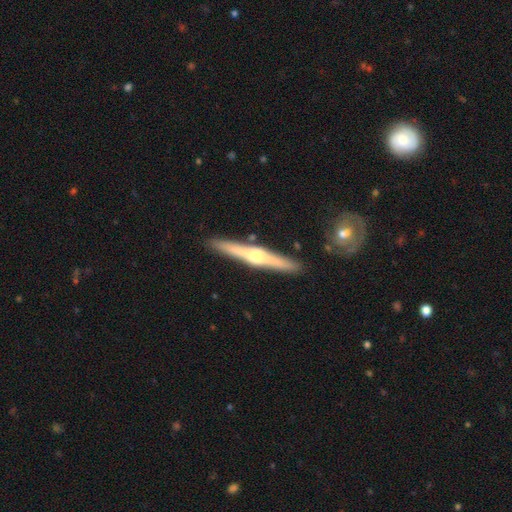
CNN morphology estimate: A featured or disk galaxy (73%) viewed edge-on (98%) with a rounded central bulge (89%).

Vote fractions:
- Smooth or featured? featured or disk: 73% / smooth: 22% / star or artifact: 5%
- Edge-on disk? yes: 98% / no: 2%
- Edge-on bulge? rounded: 89% / boxy: 6% / none: 5%
- Merging? none: 90% / minor disturbance: 6% / merger: 2% / major disturbance: 1%